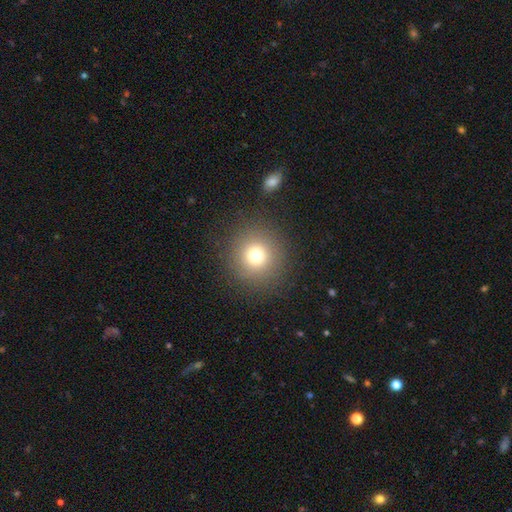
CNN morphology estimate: Smooth or featured?
  - smooth: 73% *
  - star or artifact: 16%
  - featured or disk: 11%
How rounded?
  - round: 95% *
  - in between: 4%
  - cigar-shaped: 1%
Merging?
  - none: 88% *
  - minor disturbance: 7%
  - major disturbance: 4%
  - merger: 2%